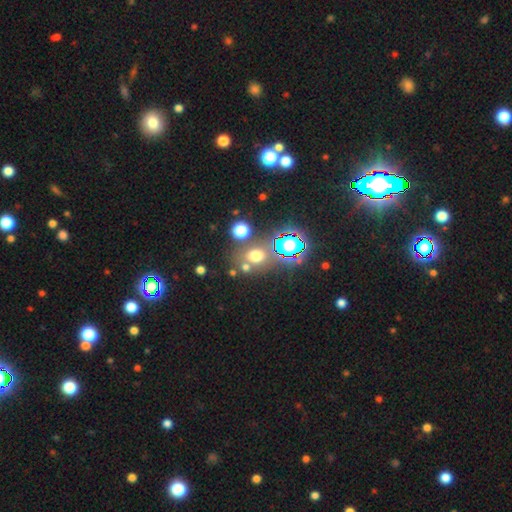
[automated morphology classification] This appears to be a smooth galaxy with no disk features (55%) that is round (60%). Merging: none (68%).